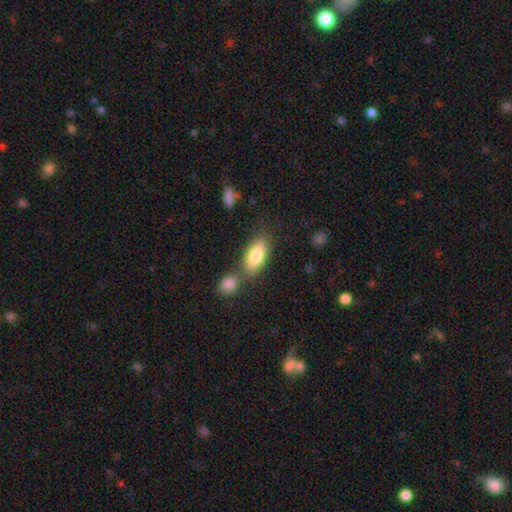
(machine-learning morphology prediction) A smooth galaxy with no disk features (80%) that is in between round and cigar-shaped (85%).

Vote fractions:
- Smooth or featured? smooth: 80% / featured or disk: 14% / star or artifact: 6%
- How rounded? in between: 85% / cigar-shaped: 12% / round: 3%
- Merging? none: 56% / merger: 26% / minor disturbance: 13% / major disturbance: 5%